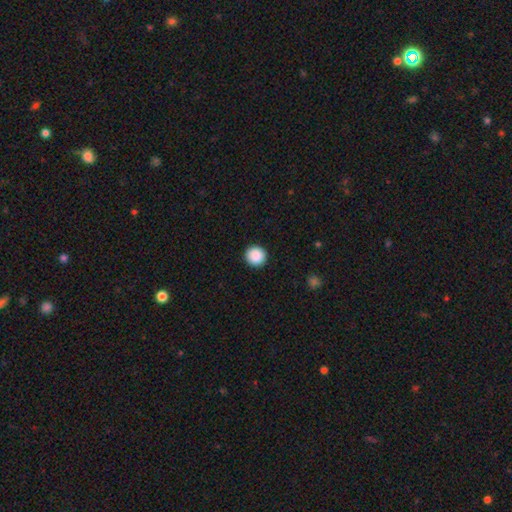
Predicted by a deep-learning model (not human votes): A smooth galaxy with no disk features (90%) that is round (95%).

Vote fractions:
- Smooth or featured? smooth: 90% / star or artifact: 8% / featured or disk: 2%
- How rounded? round: 95% / in between: 4% / cigar-shaped: 1%
- Merging? none: 93% / minor disturbance: 5% / major disturbance: 2% / merger: 1%